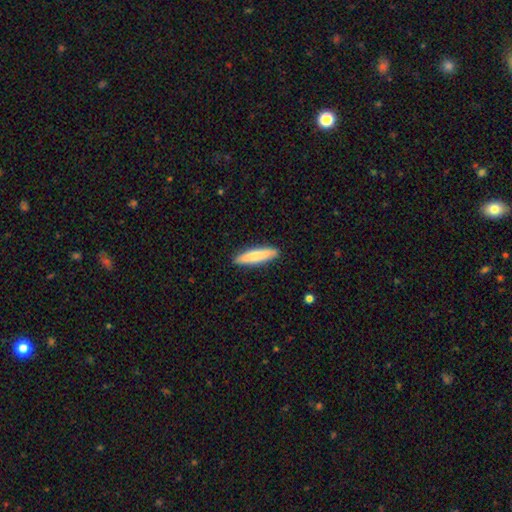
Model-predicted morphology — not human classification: smooth-or-featured: smooth: 78% | featured or disk: 17% | star or artifact: 5%
  how-rounded: cigar-shaped: 83% | in between: 16% | round: 1%
  merging: none: 90% | minor disturbance: 7% | major disturbance: 2% | merger: 1%